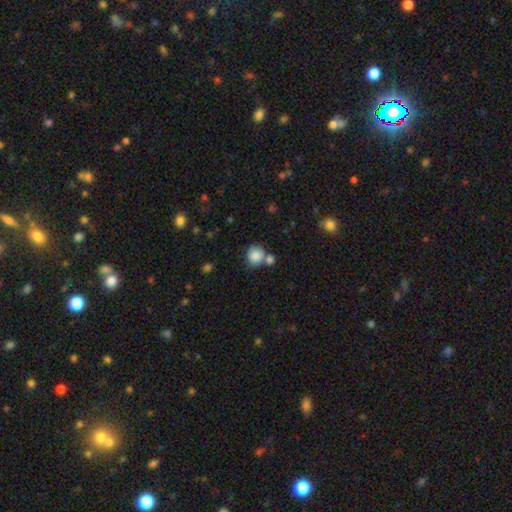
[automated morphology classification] This is clearly a smooth galaxy (85%). How rounded: clearly round (81%). Merging: possibly none (56%).